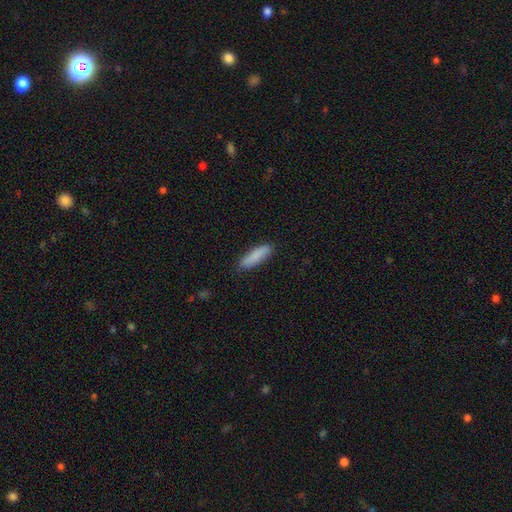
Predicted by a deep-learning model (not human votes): Smooth or featured: smooth — 86% (featured or disk — 7%)
How rounded: cigar-shaped — 69% (in between — 30%)
Merging: none — 86% (minor disturbance — 11%)